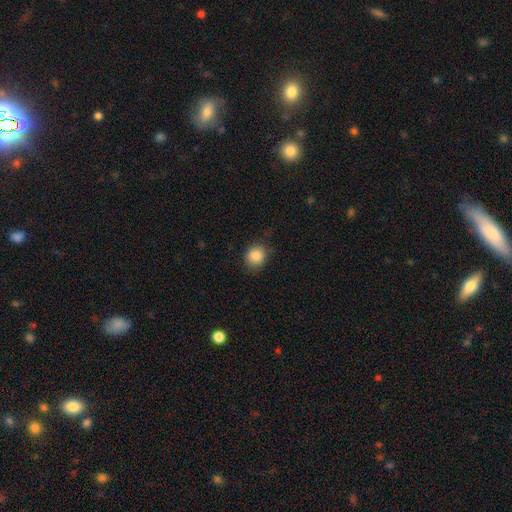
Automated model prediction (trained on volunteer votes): The model was most divided on "how rounded": round: 81%, in between: 18%, cigar-shaped: 1%. More confident: smooth or featured — smooth (86%); merging — none (80%).